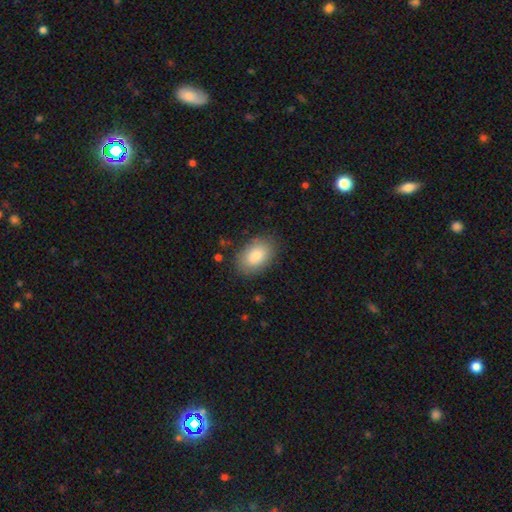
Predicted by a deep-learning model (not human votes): smooth 85%, featured or disk 8%, star or artifact 7%. Down the decision tree: how rounded — in between (90%); merging — none (82%).